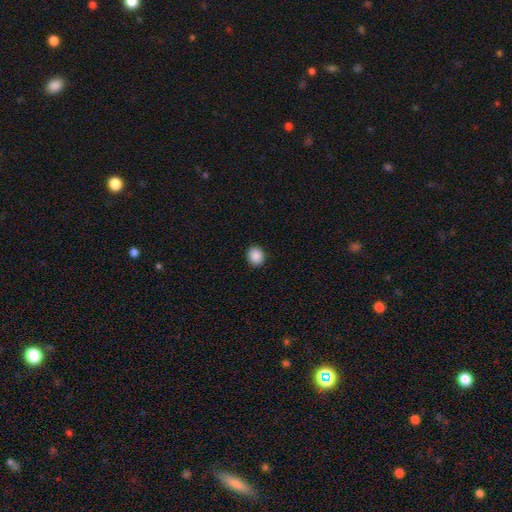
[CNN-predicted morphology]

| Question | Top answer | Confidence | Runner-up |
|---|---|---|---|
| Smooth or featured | smooth | 89% | star or artifact (8%) |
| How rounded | round | 68% | in between (31%) |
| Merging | none | 91% | minor disturbance (6%) |